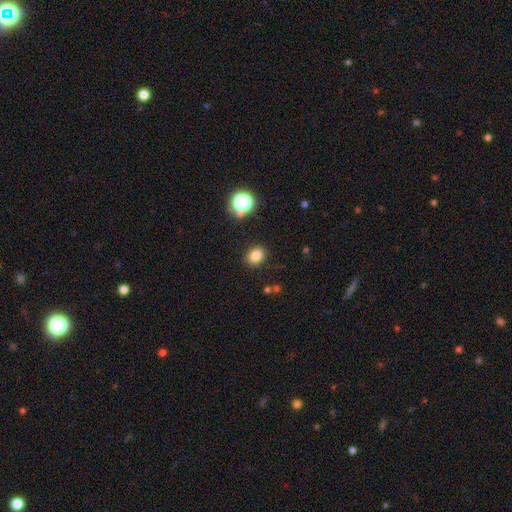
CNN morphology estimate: Smooth or featured? Predicted: smooth (p=0.81). How rounded? Predicted: round (p=0.57). Merging? Predicted: none (p=0.86).